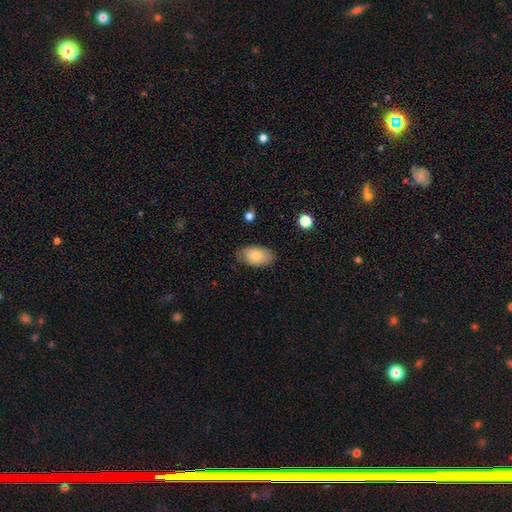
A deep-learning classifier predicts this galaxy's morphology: This appears to be a smooth galaxy with no disk features (76%) that is in between round and cigar-shaped (93%). Merging: none (74%).